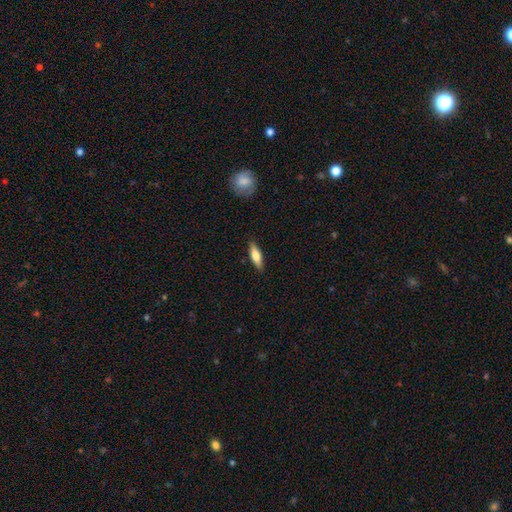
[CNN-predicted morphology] A smooth galaxy with no disk features (64%) that is cigar-shaped (53%). Merging: none (87%).